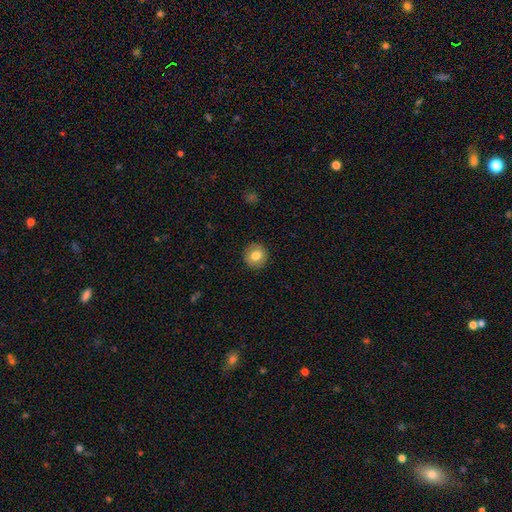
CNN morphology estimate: Q: Smooth or featured?
A: smooth (80%); runner-up: featured or disk (12%)
Q: How rounded?
A: round (93%); runner-up: in between (6%)
Q: Merging?
A: none (91%); runner-up: minor disturbance (7%)